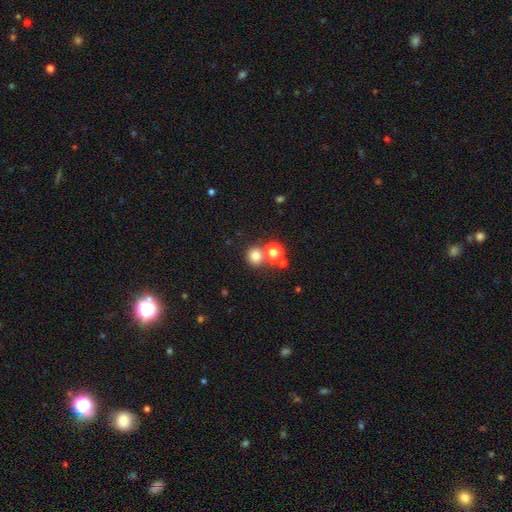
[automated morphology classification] A smooth galaxy with no disk features (76%) that is round (89%).

Vote fractions:
- Smooth or featured? smooth: 76% / star or artifact: 16% / featured or disk: 7%
- How rounded? round: 89% / in between: 10% / cigar-shaped: 1%
- Merging? none: 68% / merger: 21% / minor disturbance: 7% / major disturbance: 3%